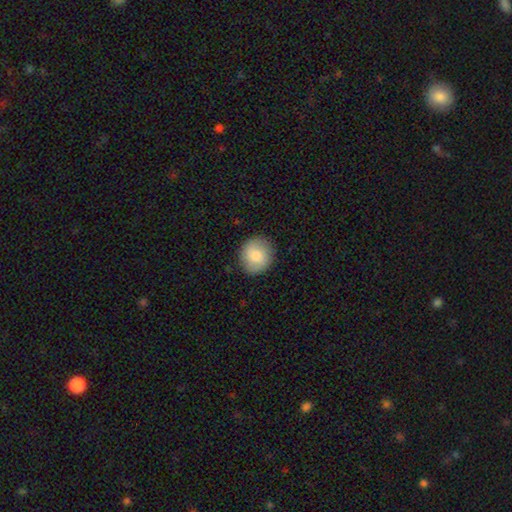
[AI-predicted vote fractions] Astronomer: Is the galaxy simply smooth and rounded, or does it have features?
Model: smooth — 81%.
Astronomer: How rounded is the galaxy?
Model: round — 88%.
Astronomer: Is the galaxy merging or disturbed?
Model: none — 89%.